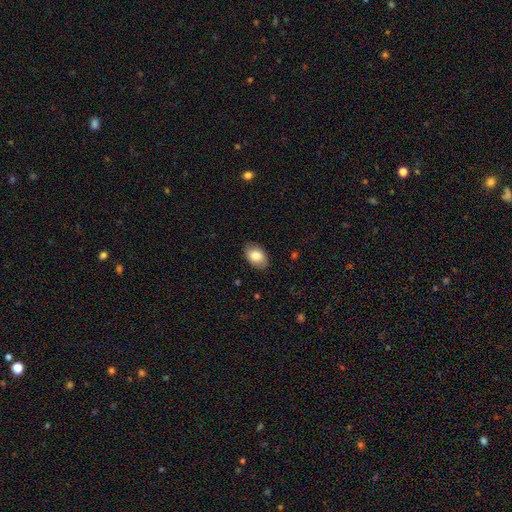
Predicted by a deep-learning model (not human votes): Overall: smooth (82%). How rounded: in between (87%). Merging: none (85%).